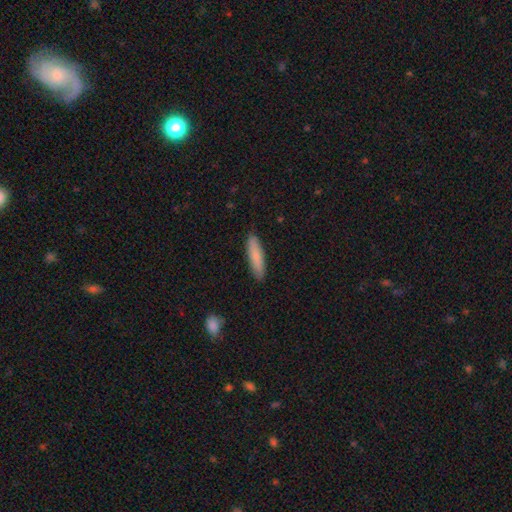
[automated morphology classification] Smooth or featured: smooth — 83% (featured or disk — 11%)
How rounded: cigar-shaped — 76% (in between — 23%)
Merging: none — 89% (minor disturbance — 8%)